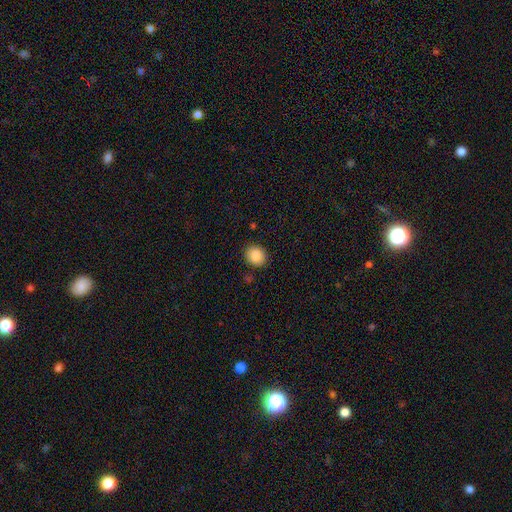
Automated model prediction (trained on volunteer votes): smooth-or-featured: smooth: 87% | star or artifact: 8% | featured or disk: 5%
  how-rounded: round: 67% | in between: 32% | cigar-shaped: 1%
  merging: none: 88% | minor disturbance: 8% | major disturbance: 2% | merger: 2%